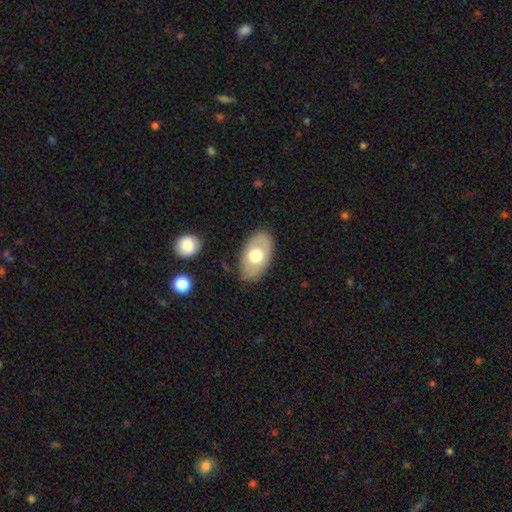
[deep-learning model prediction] This is possibly a smooth galaxy (60%). How rounded: clearly in between (91%). Merging: clearly none (82%).